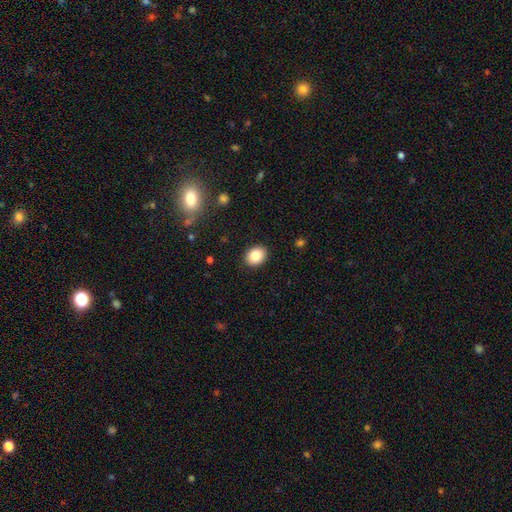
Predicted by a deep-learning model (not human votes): Smooth or featured?
  - smooth: 84% *
  - star or artifact: 9%
  - featured or disk: 7%
How rounded?
  - in between: 52% *
  - round: 47%
  - cigar-shaped: 1%
Merging?
  - none: 90% *
  - minor disturbance: 7%
  - major disturbance: 2%
  - merger: 1%